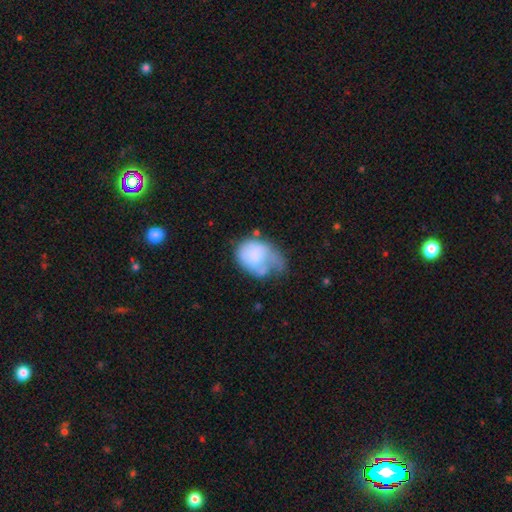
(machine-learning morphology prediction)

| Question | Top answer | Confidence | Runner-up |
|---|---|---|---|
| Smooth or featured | smooth | 63% | featured or disk (30%) |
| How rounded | in between | 63% | round (36%) |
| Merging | major disturbance | 42% | minor disturbance (28%) |